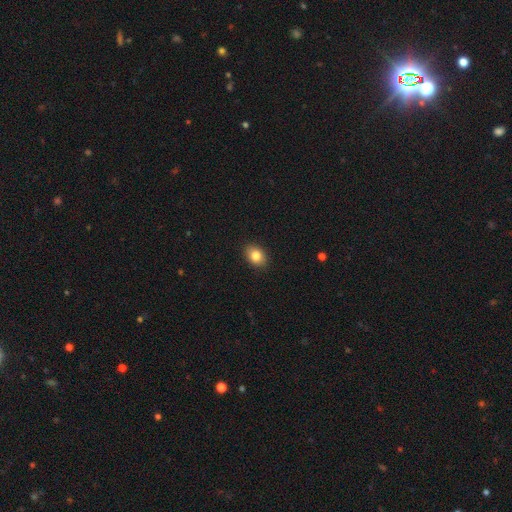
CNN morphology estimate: Smooth or featured: smooth — 84% (star or artifact — 9%)
How rounded: in between — 69% (round — 30%)
Merging: none — 89% (minor disturbance — 8%)